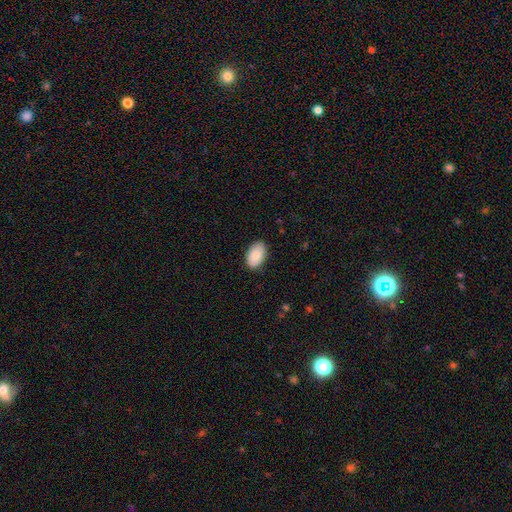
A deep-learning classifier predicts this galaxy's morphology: Overall: smooth (86%). How rounded: in between (93%). Merging: none (86%).